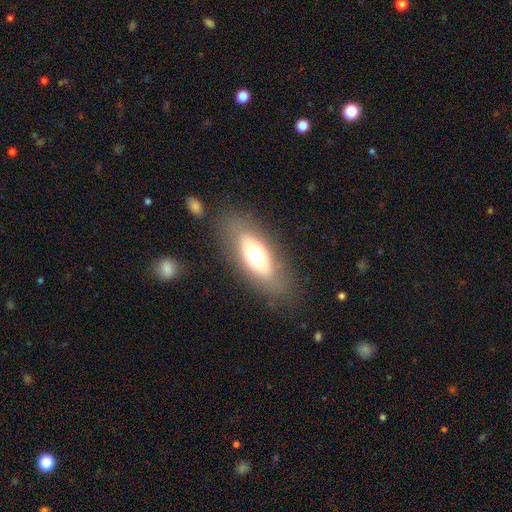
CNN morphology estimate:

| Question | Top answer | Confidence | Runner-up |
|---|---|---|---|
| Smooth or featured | smooth | 59% | featured or disk (31%) |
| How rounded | in between | 75% | cigar-shaped (19%) |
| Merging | none | 81% | minor disturbance (11%) |